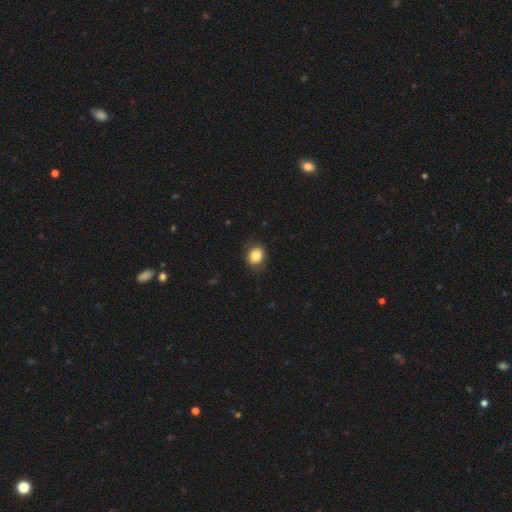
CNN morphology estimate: Smooth or featured: smooth — 82% (star or artifact — 9%)
How rounded: round — 63% (in between — 36%)
Merging: none — 83% (minor disturbance — 12%)